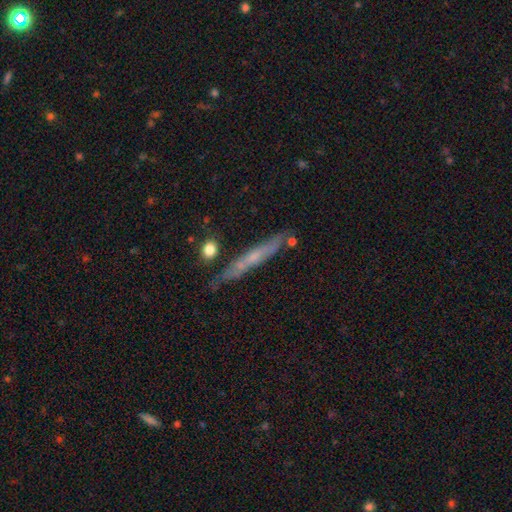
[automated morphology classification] Q: Smooth or featured?
A: featured or disk (51%); runner-up: smooth (42%)
Q: Edge-on disk?
A: yes (88%); runner-up: no (12%)
Q: Merging?
A: none (76%); runner-up: minor disturbance (15%)